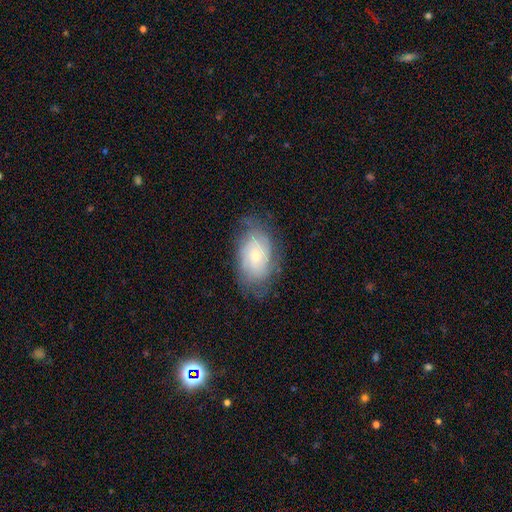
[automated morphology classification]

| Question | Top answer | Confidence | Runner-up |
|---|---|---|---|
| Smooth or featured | featured or disk | 60% | smooth (32%) |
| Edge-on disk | no | 95% | yes (5%) |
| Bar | no | 70% | weak (26%) |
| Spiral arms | yes | 86% | no (14%) |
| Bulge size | small | 63% | moderate (31%) |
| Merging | none | 69% | minor disturbance (21%) |